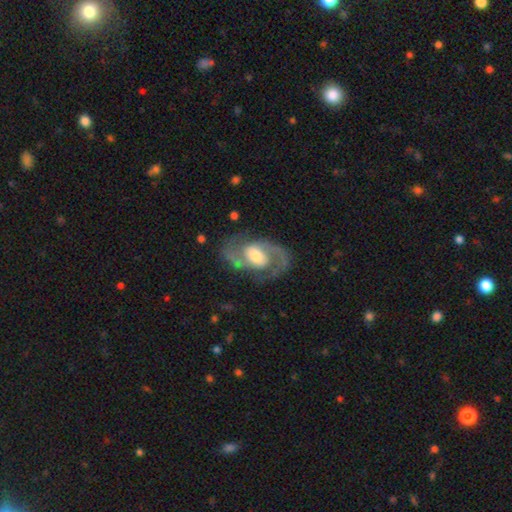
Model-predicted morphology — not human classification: Smooth or featured?
  - featured or disk: 89% *
  - smooth: 7%
  - star or artifact: 4%
Edge-on disk?
  - no: 97% *
  - yes: 3%
Bar?
  - no: 43% *
  - weak: 42%
  - strong: 15%
Spiral arms?
  - yes: 96% *
  - no: 4%
Spiral winding?
  - medium: 60% *
  - loose: 20%
  - tight: 20%
Spiral arm count?
  - 2: 92% *
  - can't tell: 3%
  - 1: 2%
  - 3: 1%
  - 4: 1%
  - more than 4: 1%
Bulge size?
  - moderate: 60% *
  - large: 19%
  - small: 17%
  - none: 2%
  - dominant: 2%
Merging?
  - none: 77% *
  - minor disturbance: 14%
  - major disturbance: 7%
  - merger: 2%